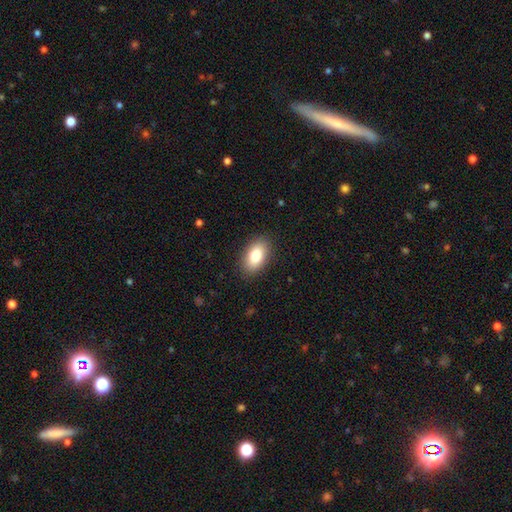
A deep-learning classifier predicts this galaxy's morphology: Smooth or featured: smooth — 83% (featured or disk — 10%)
How rounded: in between — 92% (round — 5%)
Merging: none — 88% (minor disturbance — 9%)